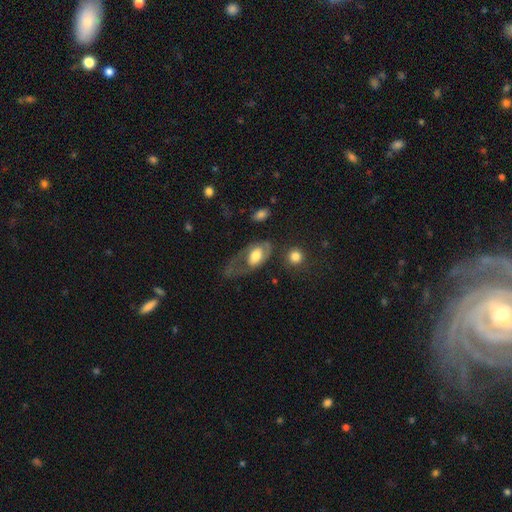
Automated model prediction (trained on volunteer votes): A smooth galaxy with no disk features (49%). Merging: major disturbance (49%).